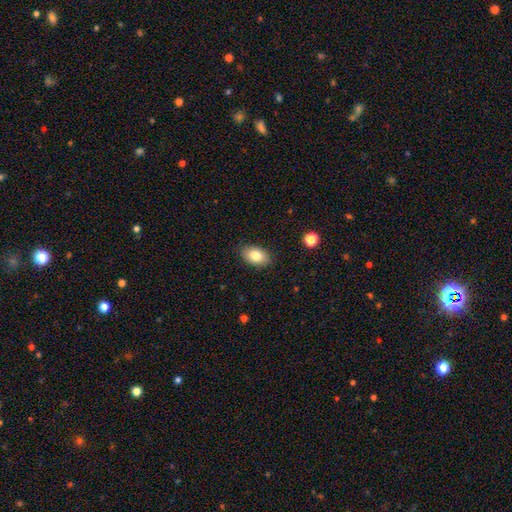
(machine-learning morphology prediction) This is clearly a smooth galaxy (82%). How rounded: clearly in between (90%). Merging: clearly none (86%).